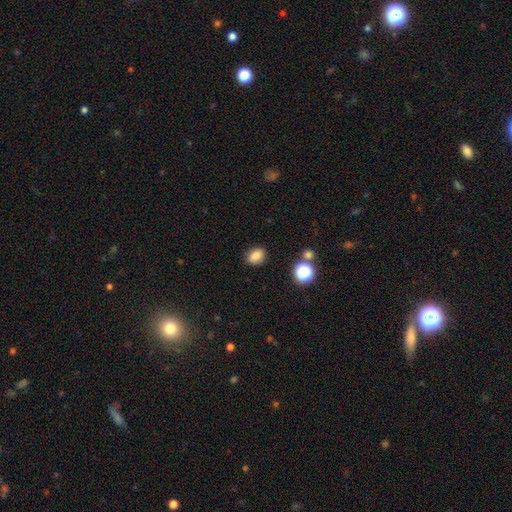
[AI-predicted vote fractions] This is clearly a smooth galaxy (82%). How rounded: likely in between (66%). Merging: clearly none (85%).